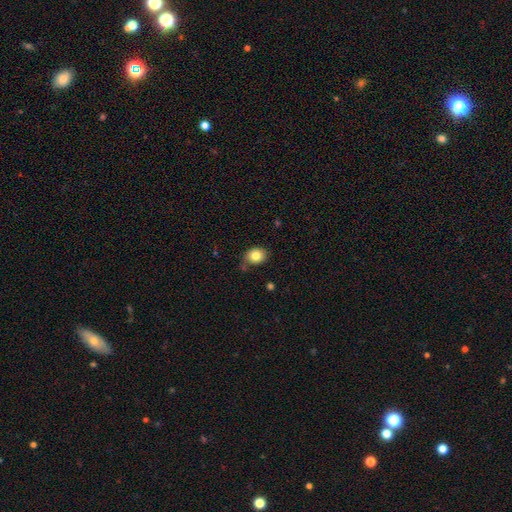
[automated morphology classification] This appears to be a smooth galaxy with no disk features (83%) that is round (50%). Merging: none (69%).